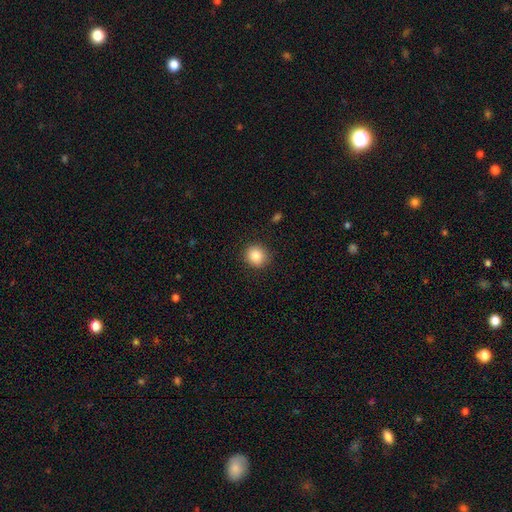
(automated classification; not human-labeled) This appears to be a smooth galaxy with no disk features (84%) that is round (87%). Merging: none (89%).